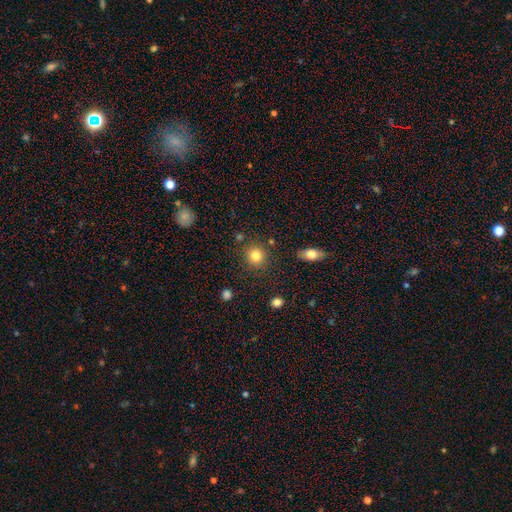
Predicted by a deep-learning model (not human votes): smooth-or-featured: smooth: 83% | star or artifact: 10% | featured or disk: 7%
  how-rounded: round: 88% | in between: 11% | cigar-shaped: 1%
  merging: none: 85% | minor disturbance: 8% | merger: 4% | major disturbance: 3%